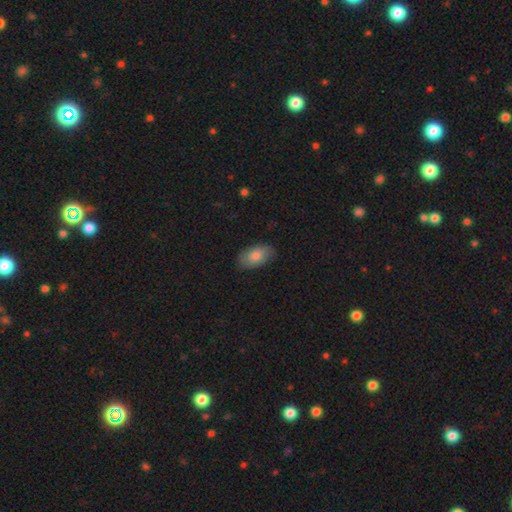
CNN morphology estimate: smooth-or-featured: smooth: 78% | featured or disk: 16% | star or artifact: 7%
  how-rounded: in between: 93% | round: 5% | cigar-shaped: 2%
  merging: none: 83% | minor disturbance: 13% | major disturbance: 3% | merger: 1%